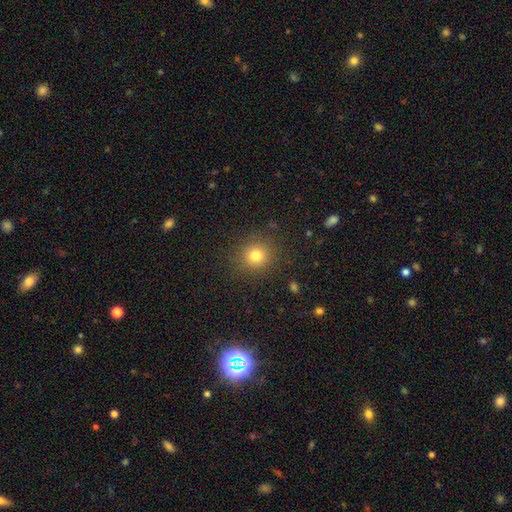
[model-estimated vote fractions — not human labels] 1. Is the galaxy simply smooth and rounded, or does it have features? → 79% smooth, 14% star or artifact, 7% featured or disk.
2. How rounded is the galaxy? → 90% round, 9% in between, 1% cigar-shaped.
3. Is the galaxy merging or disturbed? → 88% none, 7% minor disturbance, 3% major disturbance, 1% merger.